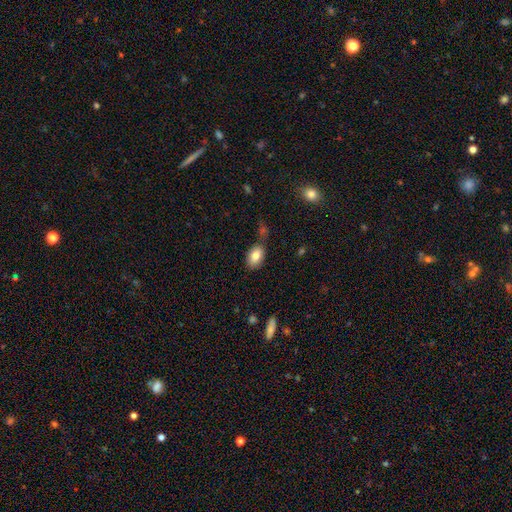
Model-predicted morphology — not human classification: smooth-or-featured: smooth: 82% | featured or disk: 10% | star or artifact: 8%
  how-rounded: in between: 87% | round: 12% | cigar-shaped: 1%
  merging: none: 71% | minor disturbance: 16% | merger: 9% | major disturbance: 4%